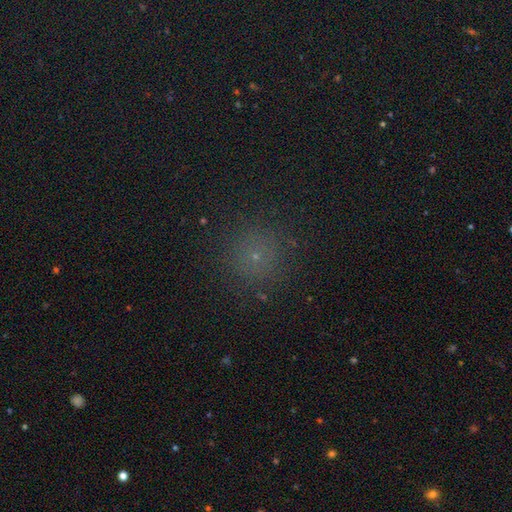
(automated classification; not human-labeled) Smooth or featured: smooth — 64% (star or artifact — 29%)
How rounded: round — 95% (in between — 4%)
Merging: none — 89% (minor disturbance — 7%)